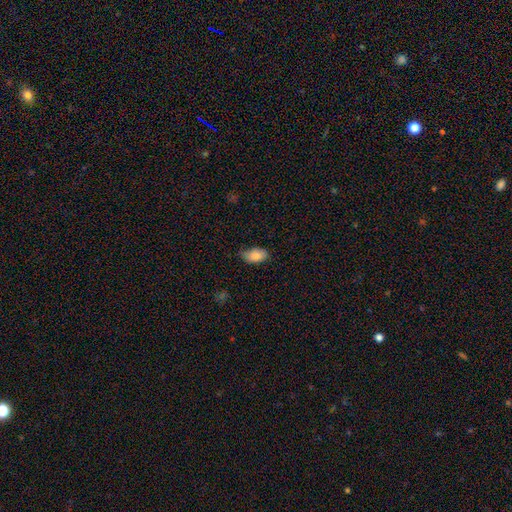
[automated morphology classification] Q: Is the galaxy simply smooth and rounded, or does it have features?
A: smooth — 83%.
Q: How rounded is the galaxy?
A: in between — 93%.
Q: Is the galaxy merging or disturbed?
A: none — 67%.